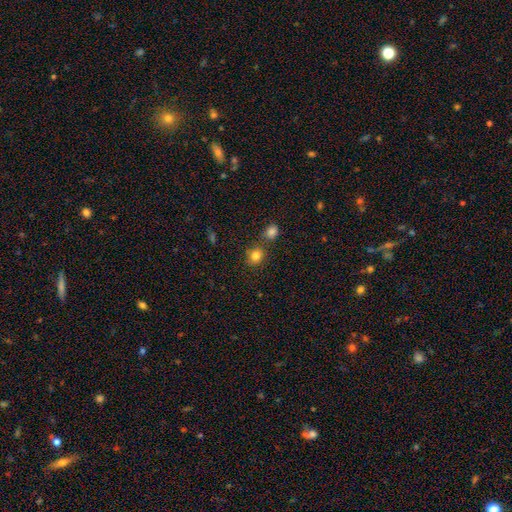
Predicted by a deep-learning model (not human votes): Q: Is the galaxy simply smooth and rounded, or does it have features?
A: smooth — 82%.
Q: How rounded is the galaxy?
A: round — 75%.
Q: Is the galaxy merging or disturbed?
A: none — 67%.